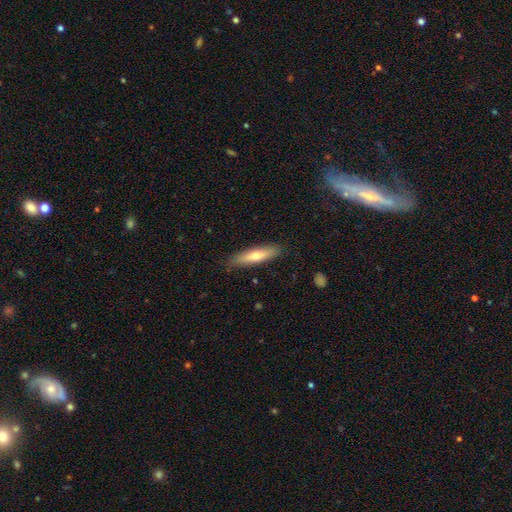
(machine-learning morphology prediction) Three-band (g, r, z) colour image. It shows a smooth galaxy with no disk features (62%) that is cigar-shaped (77%). Merging: none (87%).